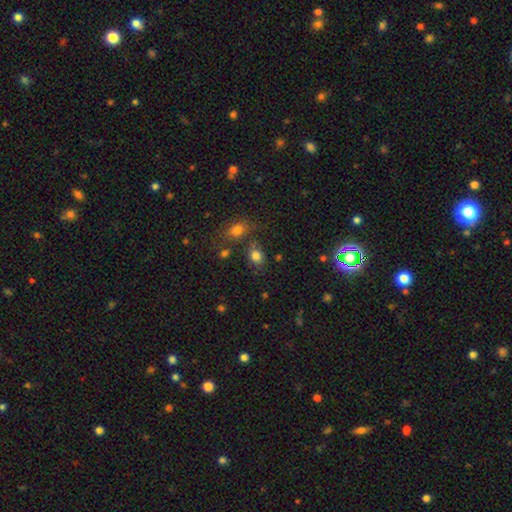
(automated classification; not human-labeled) Smooth or featured? smooth (80%)
How rounded? in between (50%)
Merging? none (68%)